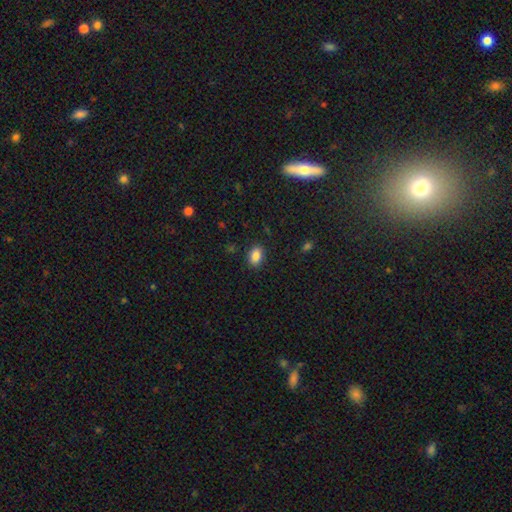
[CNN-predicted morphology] smooth_or_featured: smooth (p=0.87) [alt: star or artifact p=0.09]
how_rounded: in between (p=0.84) [alt: round p=0.14]
merging: none (p=0.87) [alt: minor disturbance p=0.09]